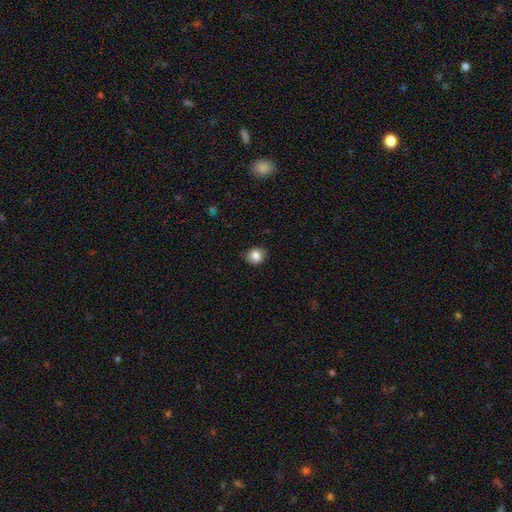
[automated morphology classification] Overall: smooth (83%). How rounded: round (72%). Merging: none (86%).